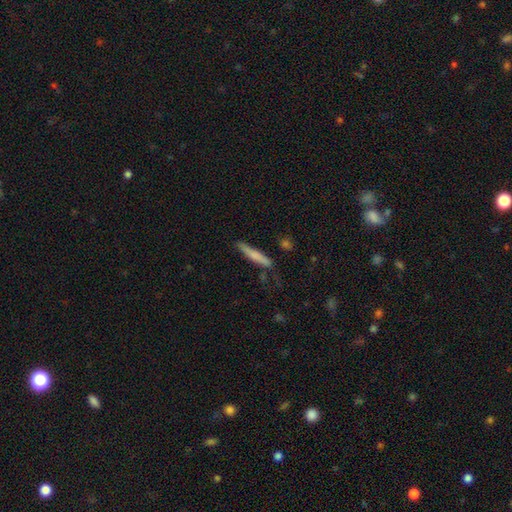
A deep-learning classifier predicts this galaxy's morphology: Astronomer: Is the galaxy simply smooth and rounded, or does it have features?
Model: smooth — 66%.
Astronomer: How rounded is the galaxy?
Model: cigar-shaped — 93%.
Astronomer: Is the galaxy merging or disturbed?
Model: none — 74%.